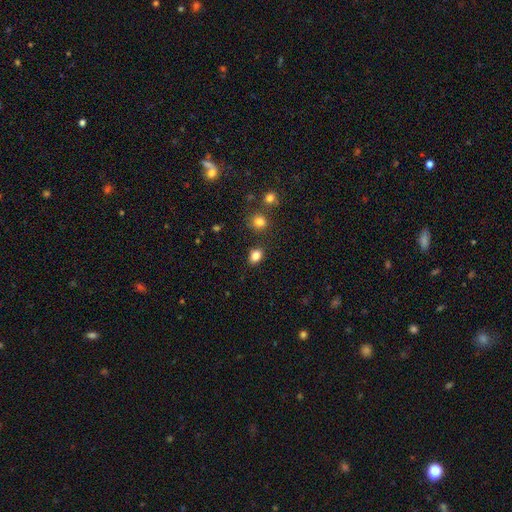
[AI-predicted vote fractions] Q: Smooth or featured?
A: smooth (83%); runner-up: star or artifact (12%)
Q: How rounded?
A: in between (62%); runner-up: round (37%)
Q: Merging?
A: none (83%); runner-up: minor disturbance (10%)